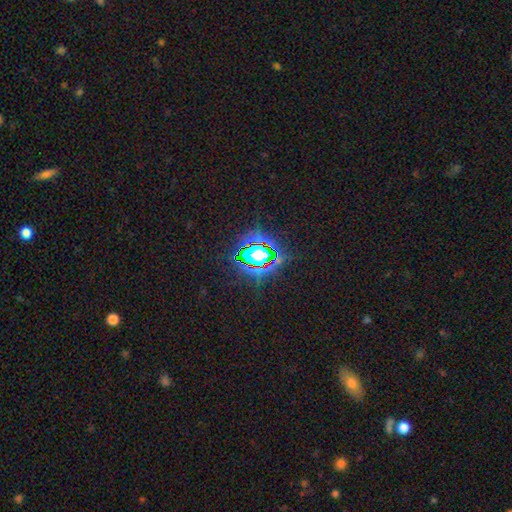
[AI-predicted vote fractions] smooth_or_featured: star or artifact (p=0.82) [alt: smooth p=0.11]